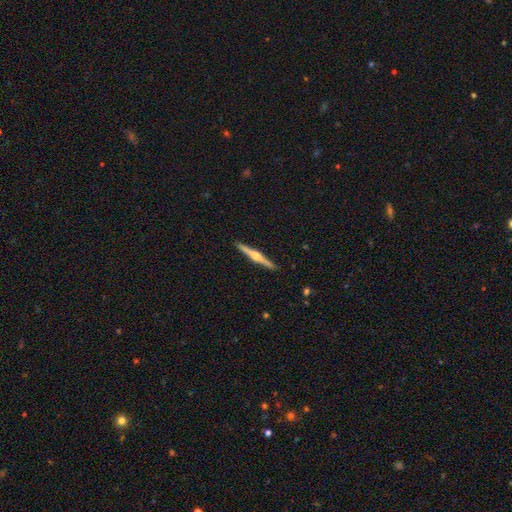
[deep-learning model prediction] Smooth or featured? featured or disk (78%)
Edge-on disk? yes (98%)
Edge-on bulge? rounded (90%)
Merging? none (92%)